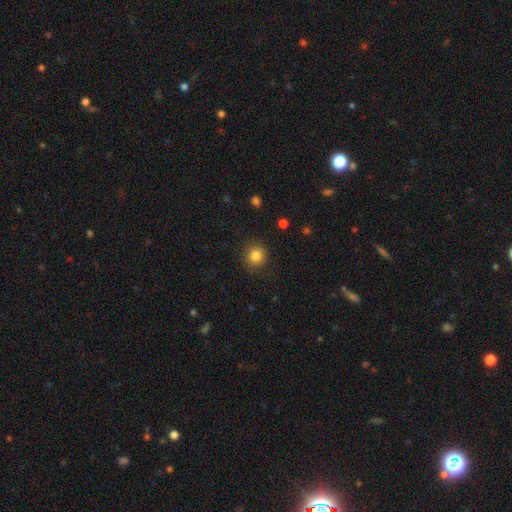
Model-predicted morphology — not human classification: Smooth or featured?
  - smooth: 83% *
  - star or artifact: 11%
  - featured or disk: 5%
How rounded?
  - round: 92% *
  - in between: 7%
  - cigar-shaped: 1%
Merging?
  - none: 90% *
  - minor disturbance: 7%
  - major disturbance: 2%
  - merger: 1%